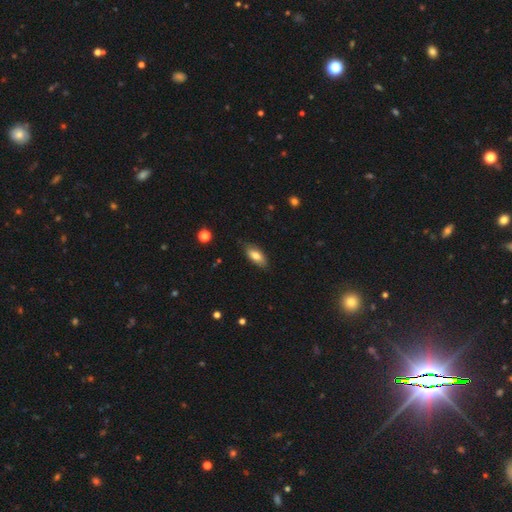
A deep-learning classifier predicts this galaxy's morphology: Smooth or featured: smooth — 76% (featured or disk — 17%)
How rounded: in between — 85% (cigar-shaped — 12%)
Merging: none — 79% (minor disturbance — 17%)